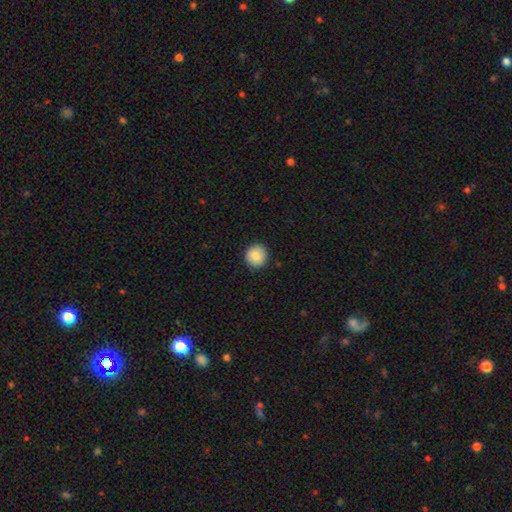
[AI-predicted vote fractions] This appears to be a smooth galaxy with no disk features (89%) that is round (94%). Merging: none (92%).